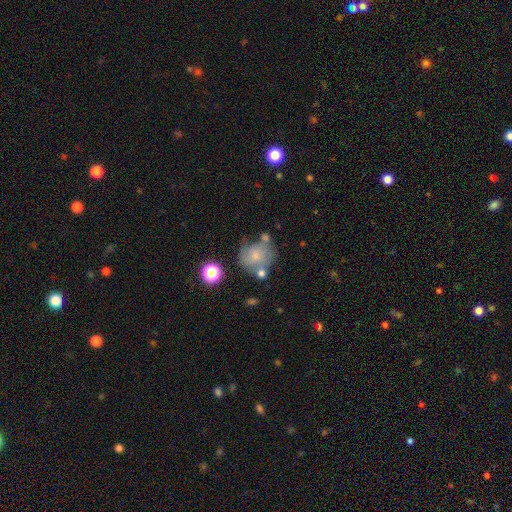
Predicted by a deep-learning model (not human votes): A smooth galaxy with no disk features (47%). Merging: none (49%).